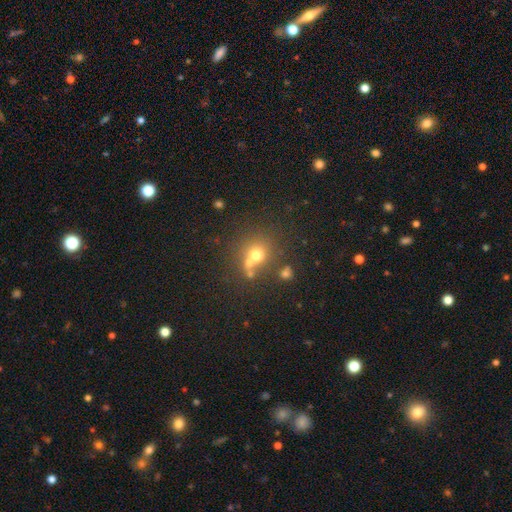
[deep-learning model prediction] This appears to be a smooth galaxy with no disk features (67%) that is round (82%). Merging: none (50%).